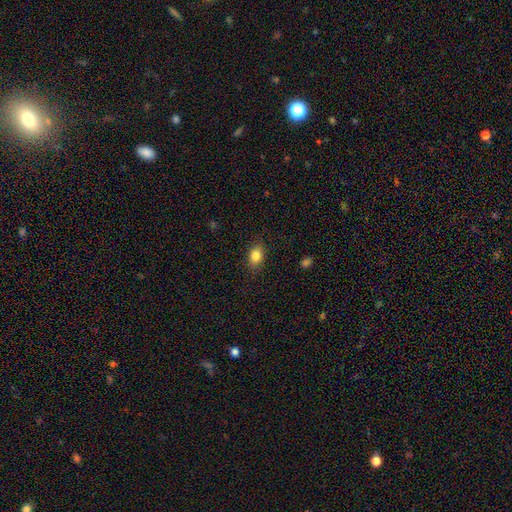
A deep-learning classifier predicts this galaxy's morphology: Q: Smooth or featured?
A: smooth (83%); runner-up: star or artifact (9%)
Q: How rounded?
A: in between (77%); runner-up: round (21%)
Q: Merging?
A: none (86%); runner-up: minor disturbance (10%)